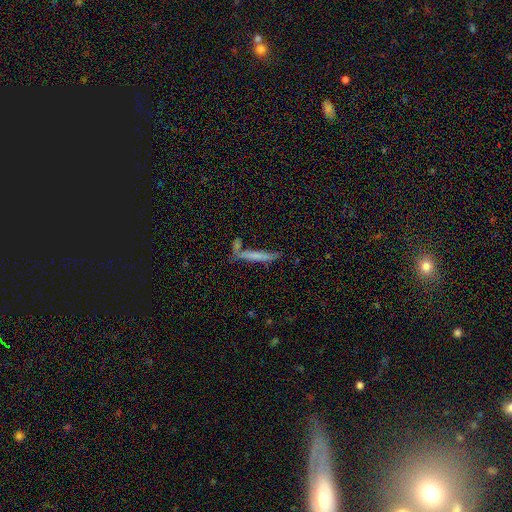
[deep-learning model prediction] Smooth or featured?
  - smooth: 60% *
  - featured or disk: 32%
  - star or artifact: 8%
How rounded?
  - cigar-shaped: 94% *
  - in between: 5%
  - round: 2%
Merging?
  - none: 64% *
  - merger: 16%
  - minor disturbance: 14%
  - major disturbance: 5%